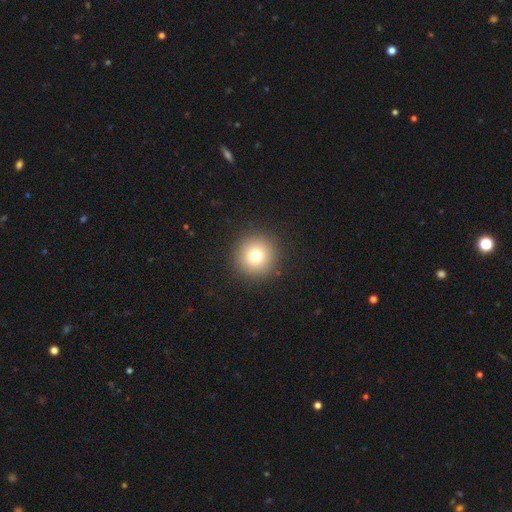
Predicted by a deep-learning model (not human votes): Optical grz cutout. It shows a smooth galaxy with no disk features (76%) that is round (96%). Merging: none (92%).